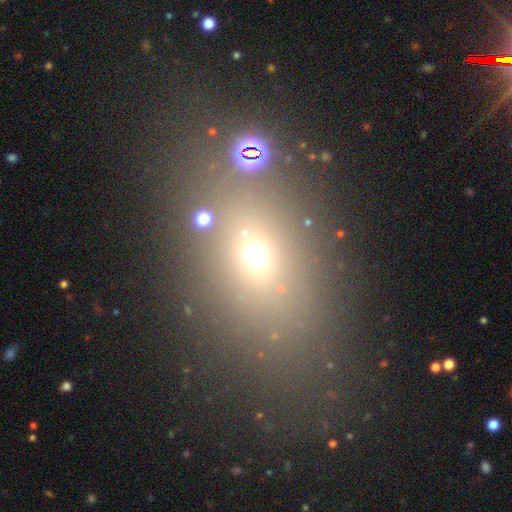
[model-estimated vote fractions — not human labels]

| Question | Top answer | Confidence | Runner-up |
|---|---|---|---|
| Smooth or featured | smooth | 58% | star or artifact (27%) |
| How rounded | in between | 64% | round (32%) |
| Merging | none | 73% | minor disturbance (12%) |